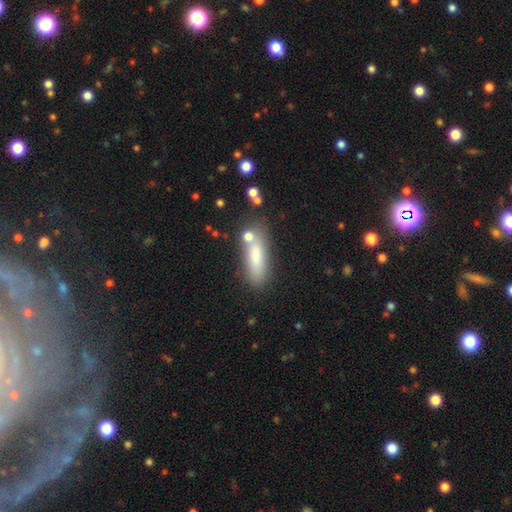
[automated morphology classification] This is likely a smooth galaxy (76%). How rounded: possibly in between (52%). Merging: likely none (64%).